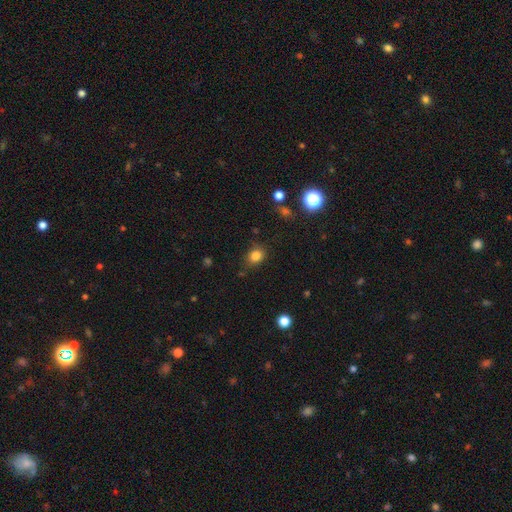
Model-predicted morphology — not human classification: A smooth galaxy with no disk features (82%) that is round (60%).

Vote fractions:
- Smooth or featured? smooth: 82% / star or artifact: 13% / featured or disk: 5%
- How rounded? round: 60% / in between: 39% / cigar-shaped: 1%
- Merging? none: 78% / minor disturbance: 15% / major disturbance: 4% / merger: 3%